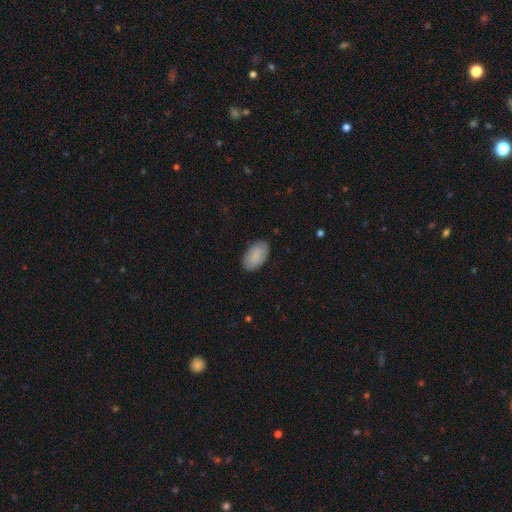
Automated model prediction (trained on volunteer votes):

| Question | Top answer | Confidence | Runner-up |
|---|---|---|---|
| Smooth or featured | smooth | 87% | featured or disk (7%) |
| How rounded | in between | 94% | round (4%) |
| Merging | none | 86% | minor disturbance (11%) |